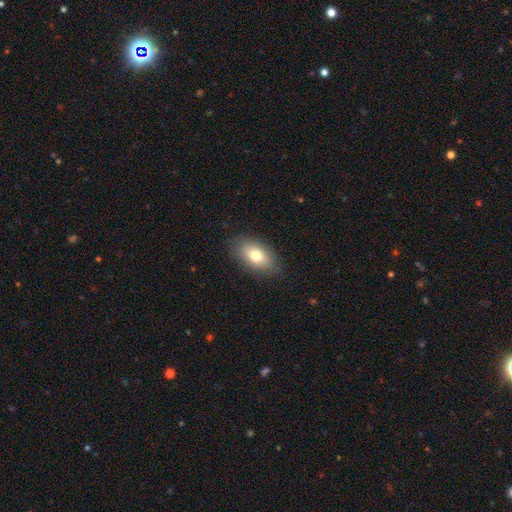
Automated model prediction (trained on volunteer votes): Smooth or featured?
  - smooth: 76% *
  - featured or disk: 16%
  - star or artifact: 8%
How rounded?
  - in between: 91% *
  - round: 7%
  - cigar-shaped: 3%
Merging?
  - none: 84% *
  - minor disturbance: 12%
  - major disturbance: 3%
  - merger: 1%